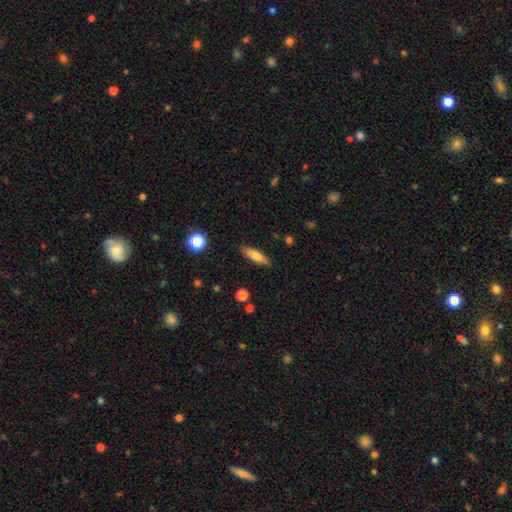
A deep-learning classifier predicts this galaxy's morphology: smooth_or_featured: smooth (p=0.74) [alt: featured or disk p=0.19]
how_rounded: cigar-shaped (p=0.53) [alt: in between p=0.45]
merging: none (p=0.86) [alt: minor disturbance p=0.11]